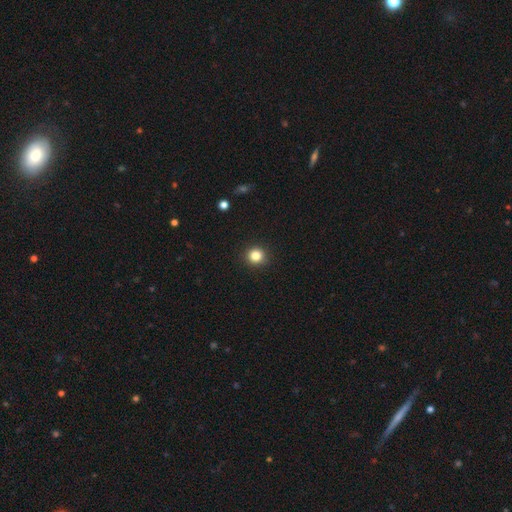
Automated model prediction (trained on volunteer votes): This is clearly a smooth galaxy (83%). How rounded: clearly round (92%). Merging: clearly none (92%).